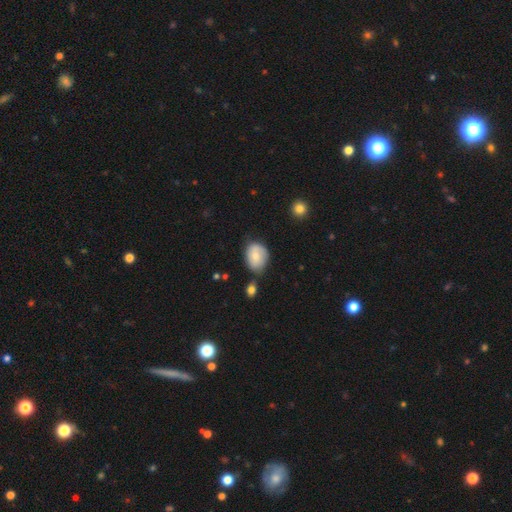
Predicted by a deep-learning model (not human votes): Smooth or featured? smooth (66%)
How rounded? in between (61%)
Merging? none (56%)